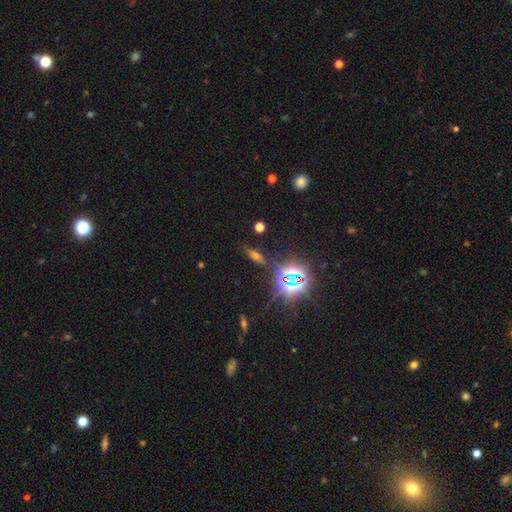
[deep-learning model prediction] A star or artifact, not a galaxy (46%).